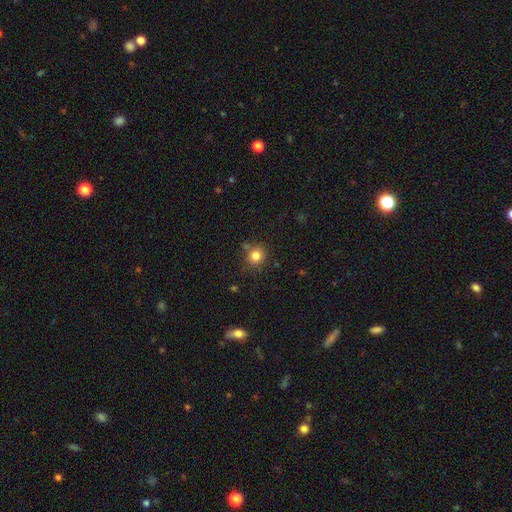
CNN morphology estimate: This appears to be a smooth galaxy with no disk features (81%) that is round (86%). Merging: none (78%).